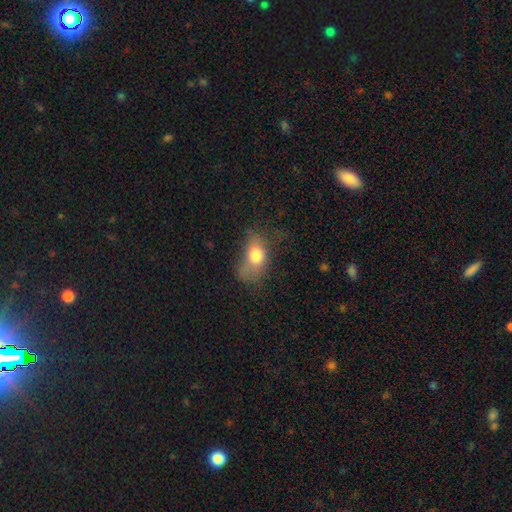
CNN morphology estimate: smooth 73%, featured or disk 18%, star or artifact 10%. Down the decision tree: how rounded — in between (82%); merging — major disturbance (35%).